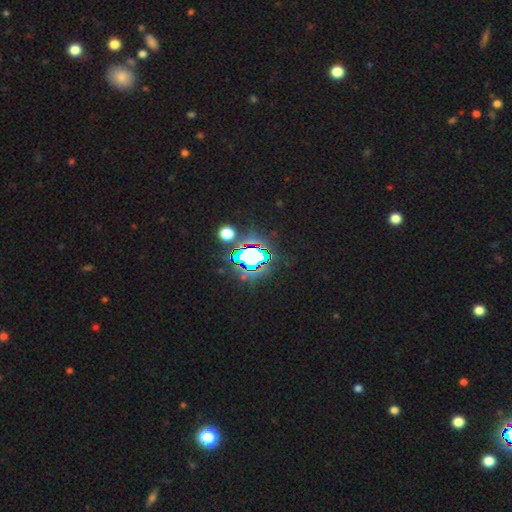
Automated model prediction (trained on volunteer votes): Smooth or featured? star or artifact (66%)